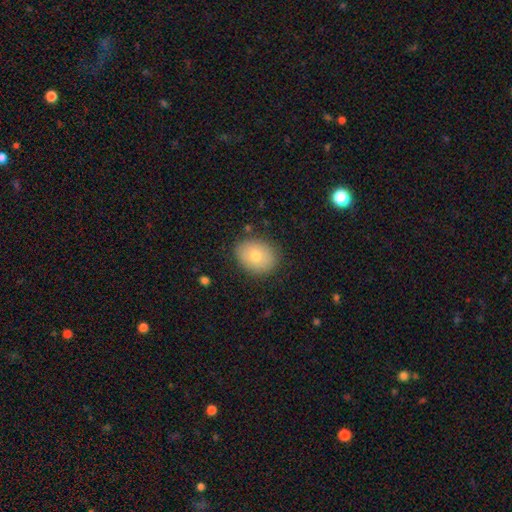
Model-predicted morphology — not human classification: Q: Smooth or featured?
A: smooth (74%); runner-up: featured or disk (17%)
Q: How rounded?
A: in between (57%); runner-up: round (42%)
Q: Merging?
A: none (85%); runner-up: minor disturbance (11%)